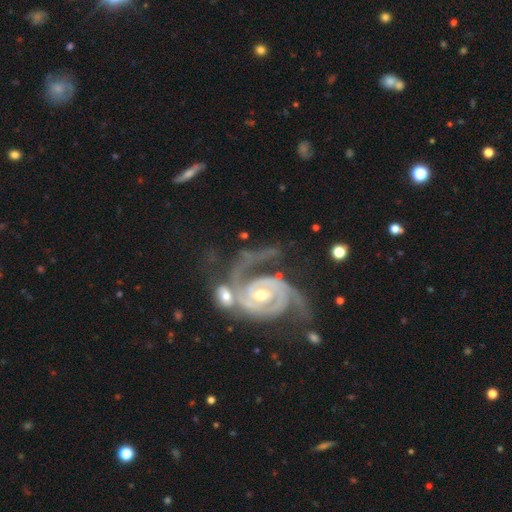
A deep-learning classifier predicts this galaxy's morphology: This is clearly a featured or disk galaxy (90%). It is clearly not viewed edge-on (97%). Bar: possibly no (54%). Spiral arm pattern: clearly yes (97%). Spiral arm count: likely 2 (68%). Spiral winding: possibly tight (53%). Central bulge: possibly moderate (53%). Merging: marginally none (35%).